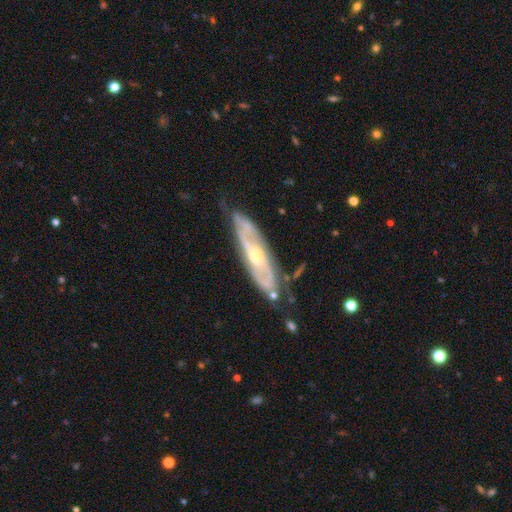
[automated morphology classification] This is clearly a featured or disk galaxy (84%). It is likely not viewed edge-on (77%). Bar: possibly no (53%). Spiral arm pattern: clearly yes (89%). Spiral arm count: likely 2 (70%). Spiral winding: marginally medium (43%). Central bulge: likely moderate (68%). Merging: likely none (69%).